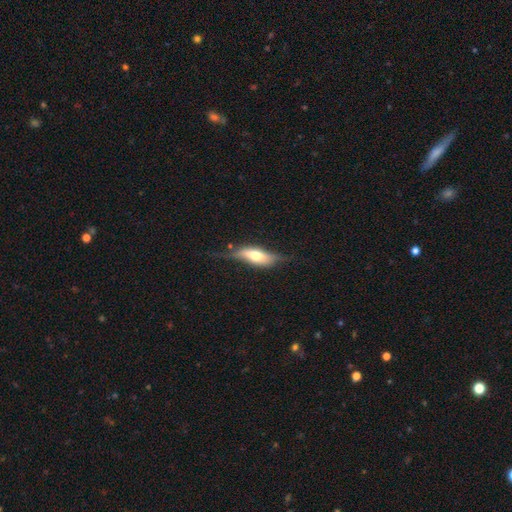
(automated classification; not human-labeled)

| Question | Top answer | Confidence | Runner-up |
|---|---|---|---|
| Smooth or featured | smooth | 51% | featured or disk (43%) |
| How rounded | in between | 65% | cigar-shaped (31%) |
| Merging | none | 47% | minor disturbance (32%) |